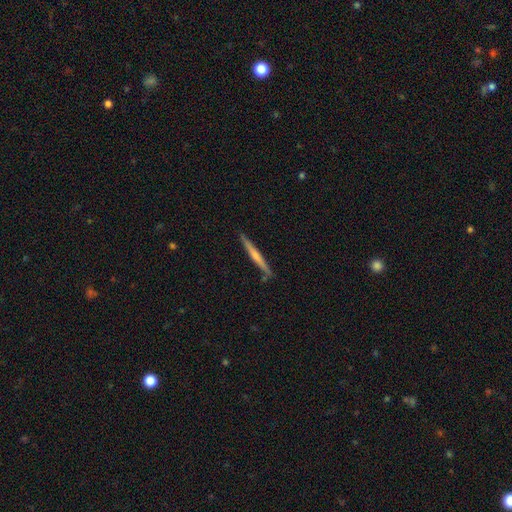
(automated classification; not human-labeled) This is possibly a featured or disk galaxy (51%). It is clearly viewed edge-on (97%). Merging: clearly none (84%).